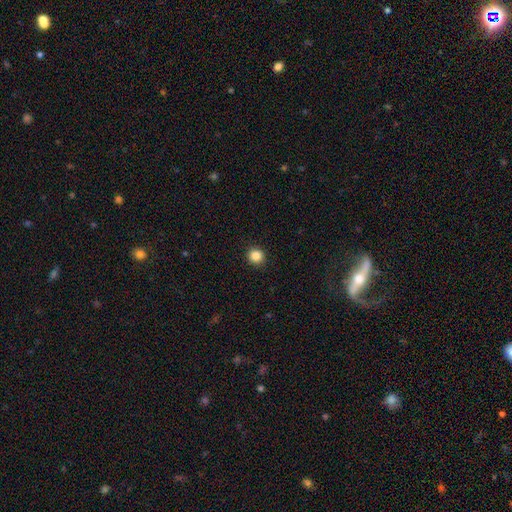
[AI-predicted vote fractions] This appears to be a smooth galaxy with no disk features (86%) that is round (94%). Merging: none (92%).